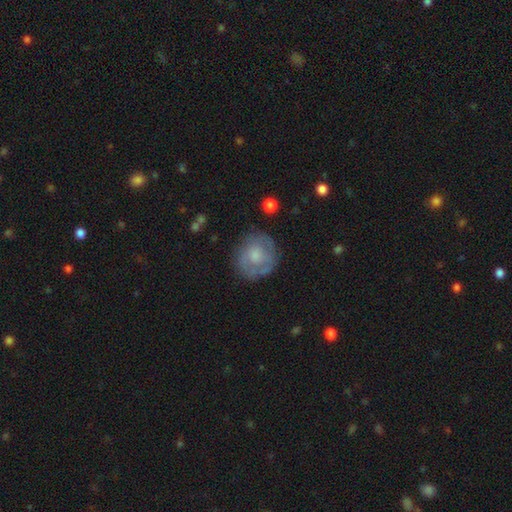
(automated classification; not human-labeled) smooth-or-featured: featured or disk: 48% | smooth: 45% | star or artifact: 7%
  merging: none: 74% | minor disturbance: 17% | major disturbance: 8% | merger: 2%